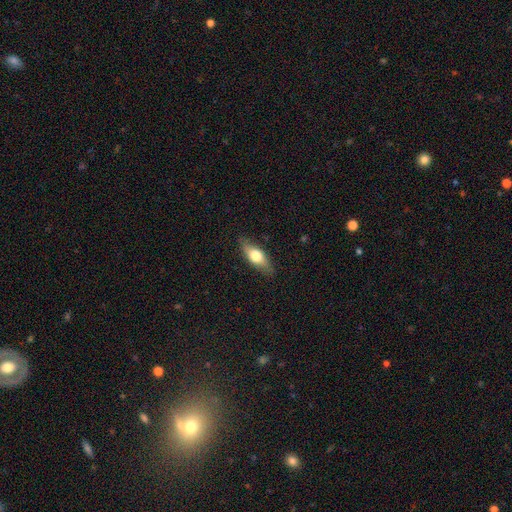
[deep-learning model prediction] Q: Smooth or featured?
A: smooth (61%); runner-up: featured or disk (33%)
Q: How rounded?
A: in between (68%); runner-up: cigar-shaped (28%)
Q: Merging?
A: none (83%); runner-up: minor disturbance (13%)